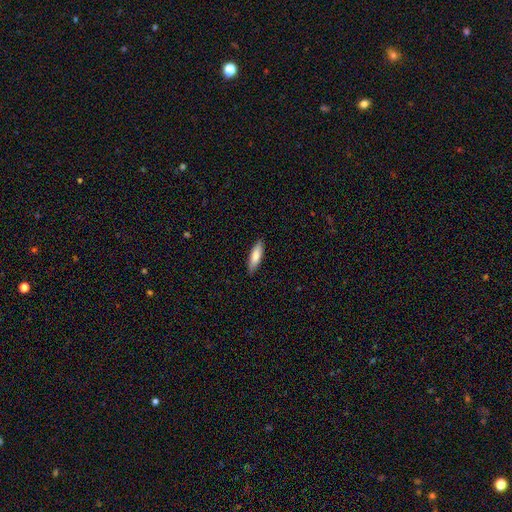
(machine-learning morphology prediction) smooth_or_featured: smooth (p=0.80) [alt: featured or disk p=0.14]
how_rounded: cigar-shaped (p=0.61) [alt: in between p=0.38]
merging: none (p=0.88) [alt: minor disturbance p=0.09]